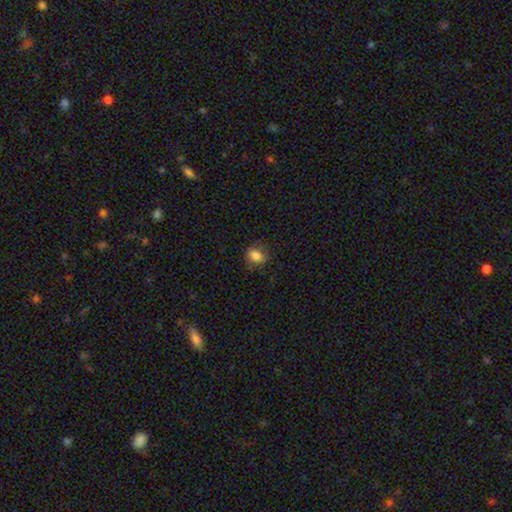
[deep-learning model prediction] Morphology: type=smooth (82%); roundness=in between (62%); merging=none (73%).